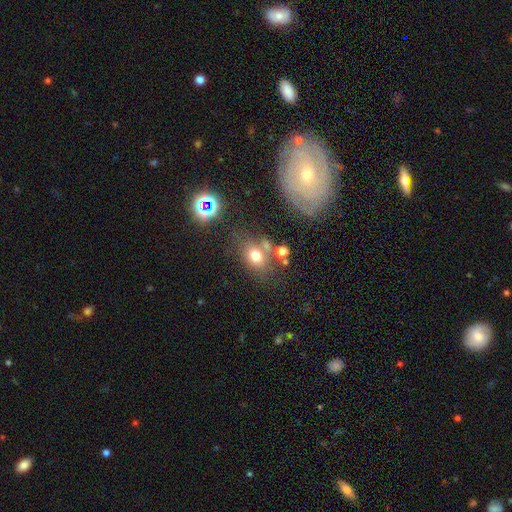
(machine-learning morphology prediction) type=smooth (68%); roundness=in between (58%); merging=none (56%).